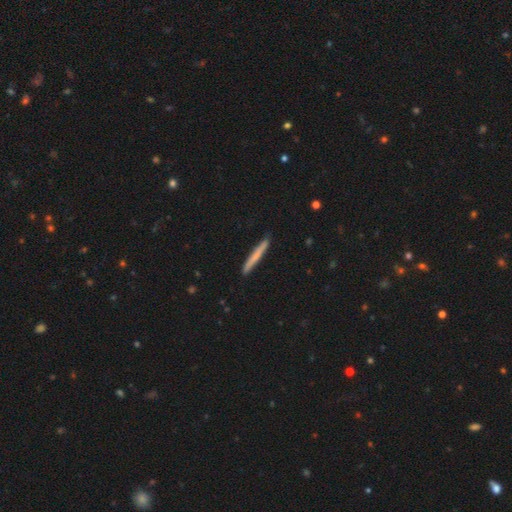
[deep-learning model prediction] Morphology: type=smooth (66%); roundness=cigar-shaped (97%); merging=none (90%).